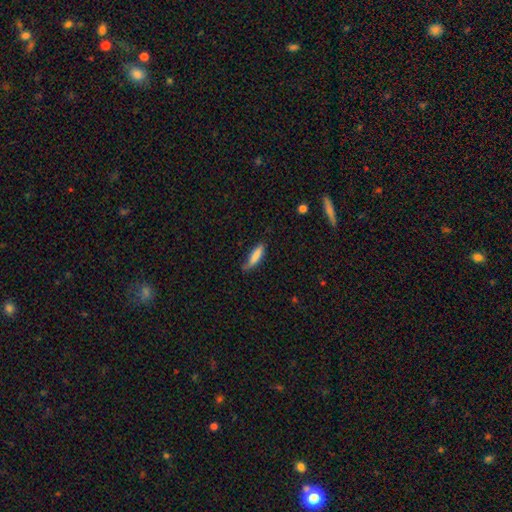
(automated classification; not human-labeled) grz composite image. It shows a smooth galaxy with no disk features (84%) that is cigar-shaped (70%). Merging: none (60%).